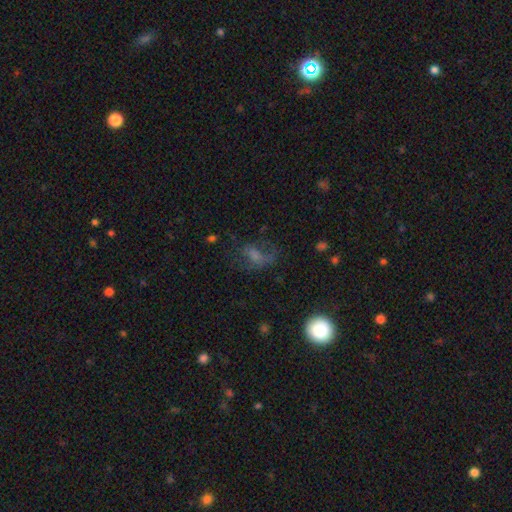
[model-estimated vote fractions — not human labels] Smooth or featured?
  - smooth: 50% *
  - featured or disk: 30%
  - star or artifact: 20%
How rounded?
  - in between: 75% *
  - round: 20%
  - cigar-shaped: 5%
Merging?
  - major disturbance: 42% *
  - none: 35%
  - minor disturbance: 20%
  - merger: 4%